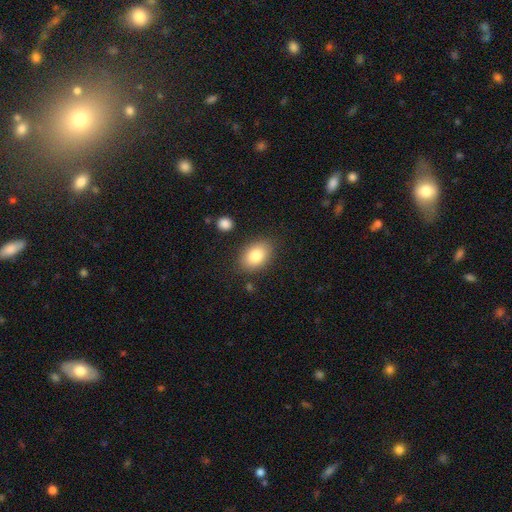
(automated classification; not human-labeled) Morphology: type=smooth (82%); roundness=in between (84%); merging=none (84%).